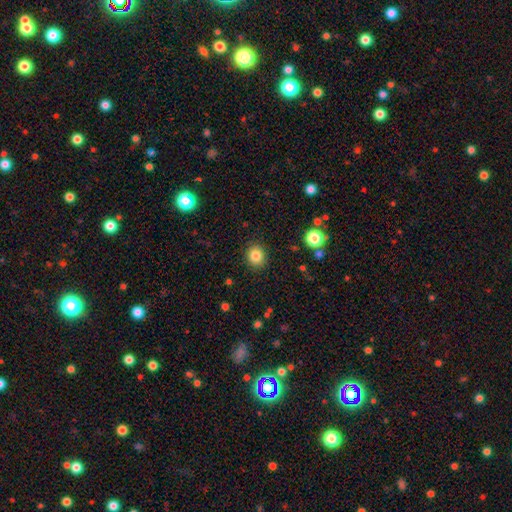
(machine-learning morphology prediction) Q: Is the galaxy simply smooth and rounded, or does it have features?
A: smooth — 84%.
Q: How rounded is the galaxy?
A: round — 80%.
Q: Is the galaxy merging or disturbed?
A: none — 90%.